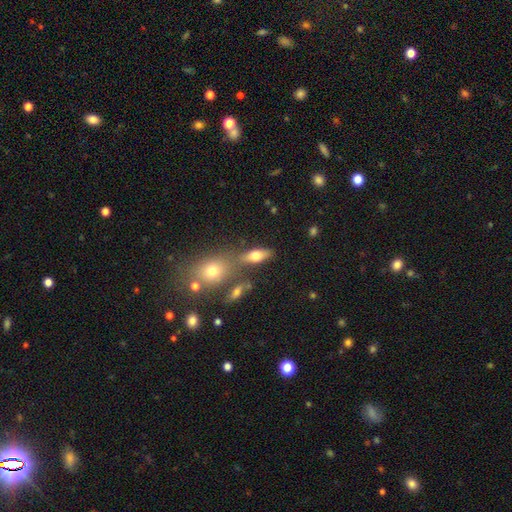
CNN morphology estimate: A smooth galaxy with no disk features (66%) that is in between round and cigar-shaped (74%). Merging: none (59%).